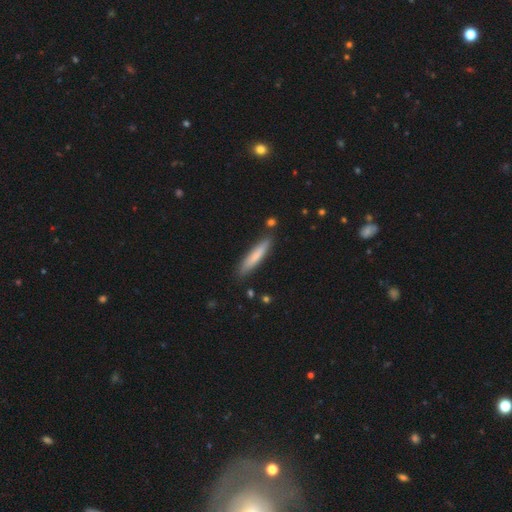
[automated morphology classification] Smooth or featured?
  - smooth: 75% *
  - featured or disk: 20%
  - star or artifact: 5%
How rounded?
  - cigar-shaped: 89% *
  - in between: 9%
  - round: 1%
Merging?
  - none: 86% *
  - minor disturbance: 10%
  - merger: 3%
  - major disturbance: 2%